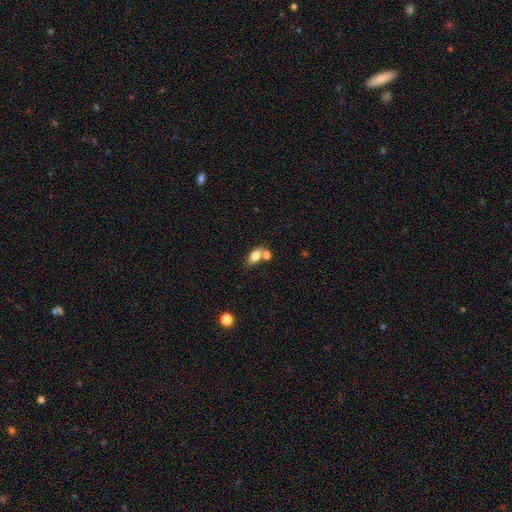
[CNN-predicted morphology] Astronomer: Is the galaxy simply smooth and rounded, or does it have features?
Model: smooth — 78%.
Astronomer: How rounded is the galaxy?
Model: in between — 83%.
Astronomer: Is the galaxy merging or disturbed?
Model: none — 53% (runner-up: merger, 30%).